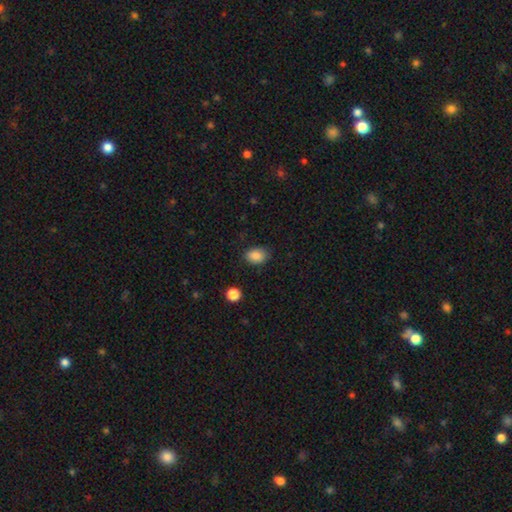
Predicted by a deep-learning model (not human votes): smooth-or-featured: smooth: 87% | star or artifact: 9% | featured or disk: 4%
  how-rounded: in between: 73% | round: 26% | cigar-shaped: 1%
  merging: none: 81% | minor disturbance: 14% | major disturbance: 3% | merger: 1%